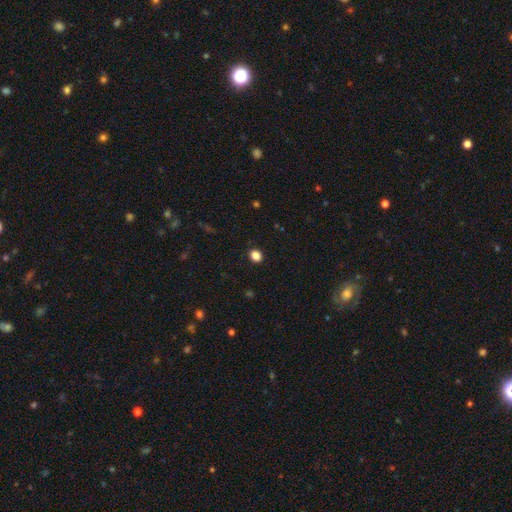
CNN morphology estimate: A smooth galaxy with no disk features (85%) that is round (64%).

Vote fractions:
- Smooth or featured? smooth: 85% / star or artifact: 12% / featured or disk: 4%
- How rounded? round: 64% / in between: 35% / cigar-shaped: 1%
- Merging? none: 91% / minor disturbance: 6% / major disturbance: 2% / merger: 1%